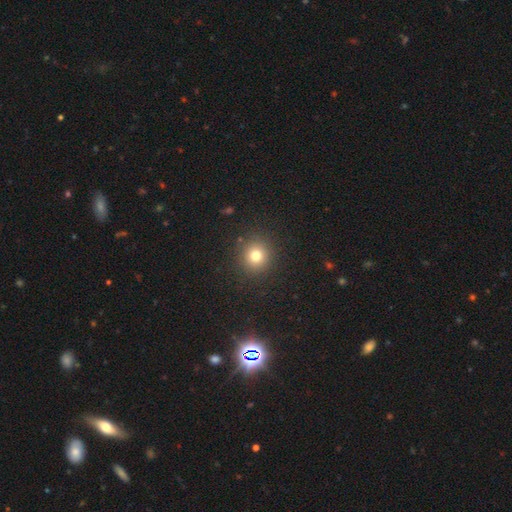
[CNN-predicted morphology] This is likely a smooth galaxy (76%). How rounded: clearly round (92%). Merging: clearly none (90%).